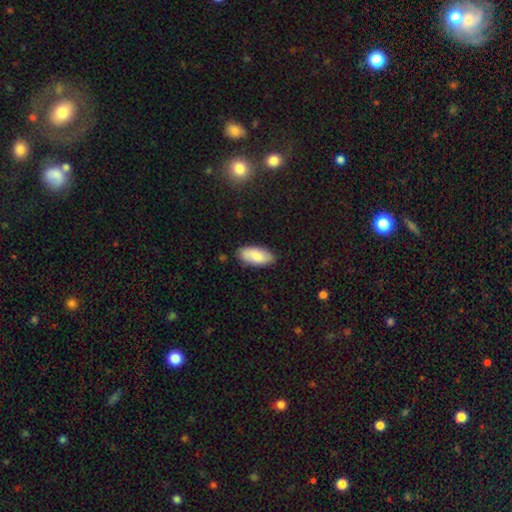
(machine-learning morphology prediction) smooth-or-featured: smooth: 84% | featured or disk: 10% | star or artifact: 6%
  how-rounded: in between: 90% | cigar-shaped: 8% | round: 2%
  merging: none: 83% | minor disturbance: 13% | major disturbance: 2% | merger: 1%